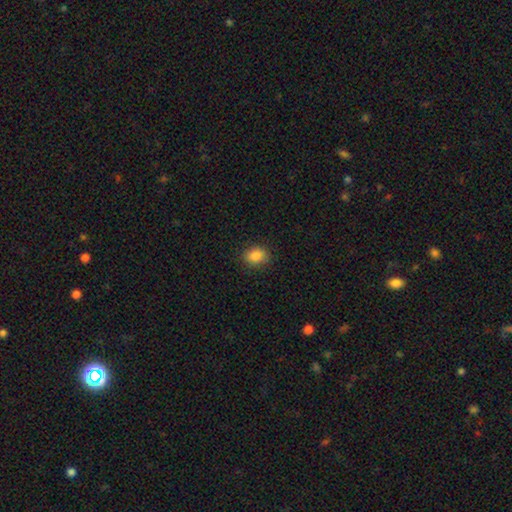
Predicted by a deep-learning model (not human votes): Smooth or featured? Predicted: smooth (p=0.87). How rounded? Predicted: in between (p=0.52). Merging? Predicted: none (p=0.87).